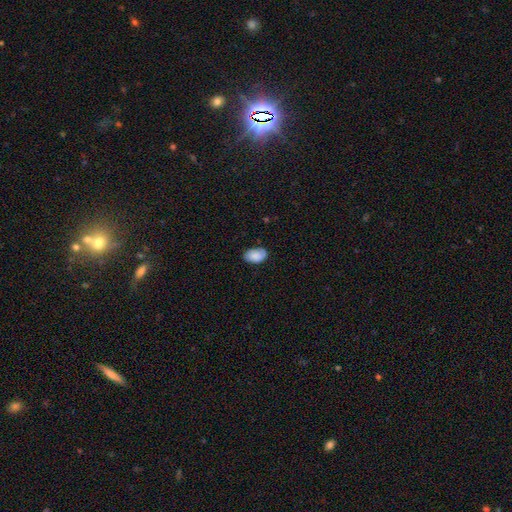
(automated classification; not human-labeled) This is clearly a smooth galaxy (84%). How rounded: clearly in between (92%). Merging: likely none (76%).